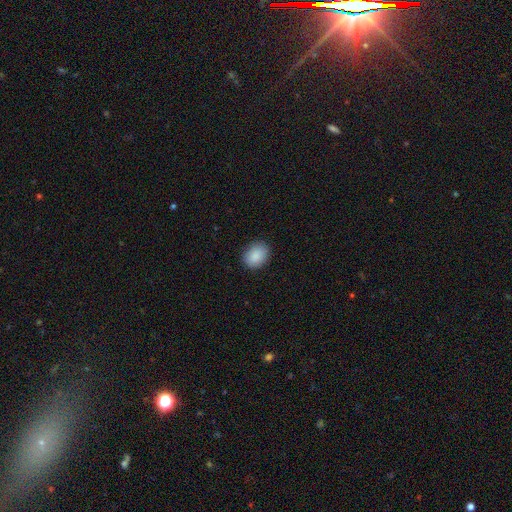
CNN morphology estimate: Smooth or featured: smooth — 89% (star or artifact — 7%)
How rounded: in between — 59% (round — 40%)
Merging: none — 87% (minor disturbance — 9%)